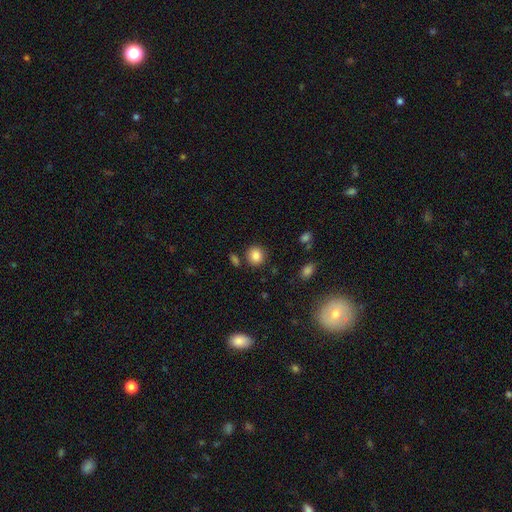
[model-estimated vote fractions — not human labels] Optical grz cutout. It shows a smooth galaxy with no disk features (86%) that is round (85%). Merging: none (83%).